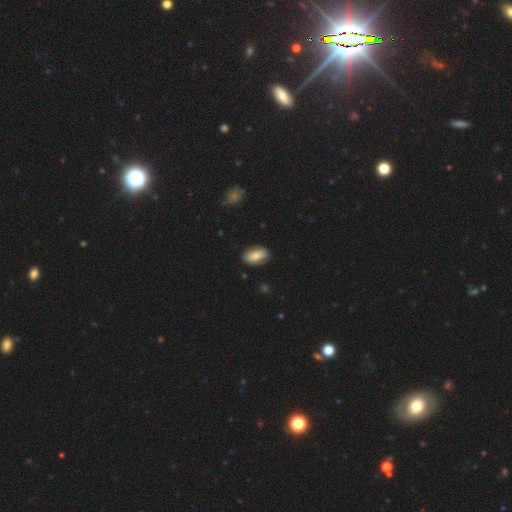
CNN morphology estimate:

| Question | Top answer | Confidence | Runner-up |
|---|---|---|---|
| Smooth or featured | smooth | 78% | featured or disk (15%) |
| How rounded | in between | 92% | round (5%) |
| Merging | none | 85% | minor disturbance (12%) |